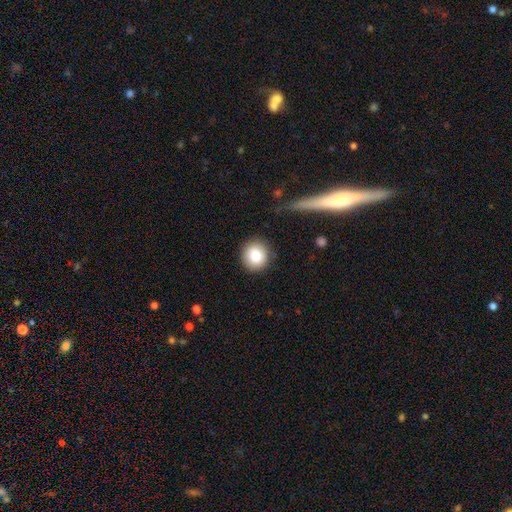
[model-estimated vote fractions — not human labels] Smooth or featured: smooth — 86% (star or artifact — 8%)
How rounded: round — 90% (in between — 9%)
Merging: none — 87% (minor disturbance — 9%)